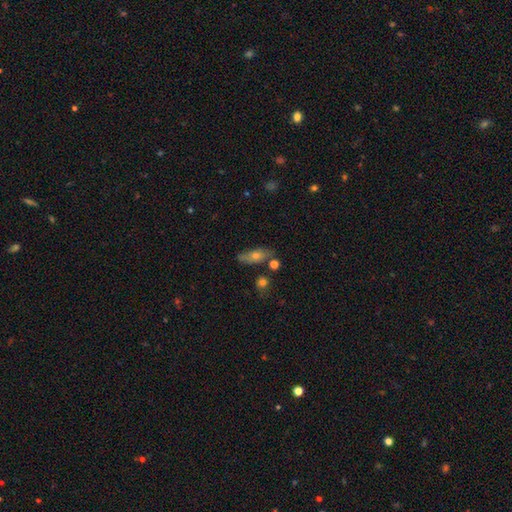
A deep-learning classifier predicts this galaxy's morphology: smooth 51%, featured or disk 35%, star or artifact 13%. Down the decision tree: how rounded — in between (63%); merging — none (70%).